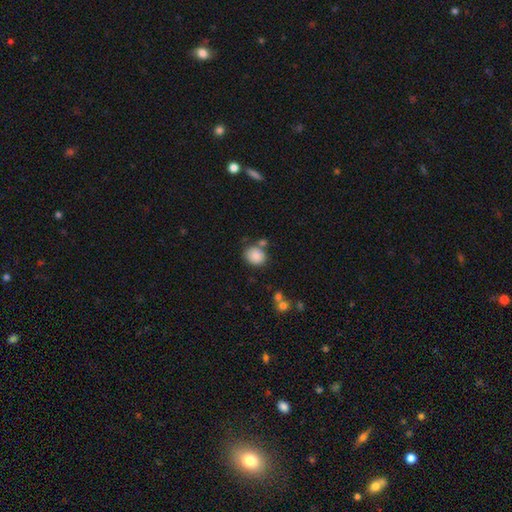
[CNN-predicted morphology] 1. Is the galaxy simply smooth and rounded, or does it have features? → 86% smooth, 8% star or artifact, 6% featured or disk.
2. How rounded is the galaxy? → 62% round, 37% in between, 1% cigar-shaped.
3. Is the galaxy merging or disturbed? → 67% none, 15% minor disturbance, 14% merger, 5% major disturbance.